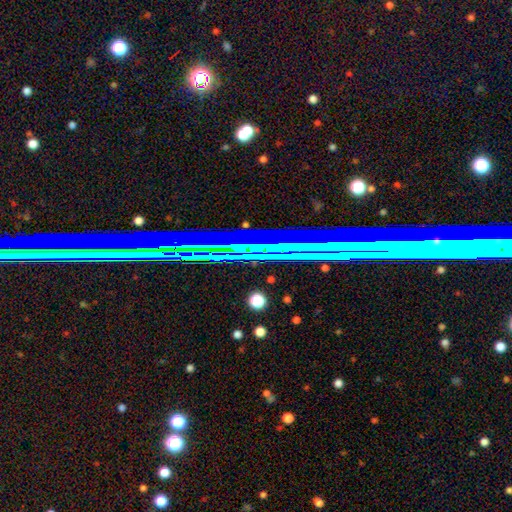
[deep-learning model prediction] Morphology: type=star or artifact (71%).